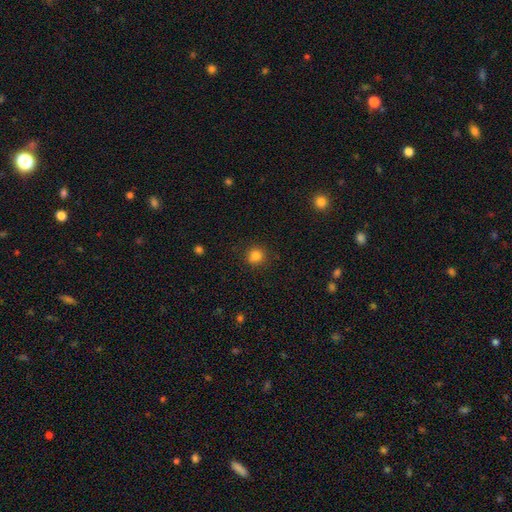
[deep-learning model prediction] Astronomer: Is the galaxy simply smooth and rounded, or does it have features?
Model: smooth — 84%.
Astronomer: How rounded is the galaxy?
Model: round — 92%.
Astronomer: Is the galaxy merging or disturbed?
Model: none — 89%.